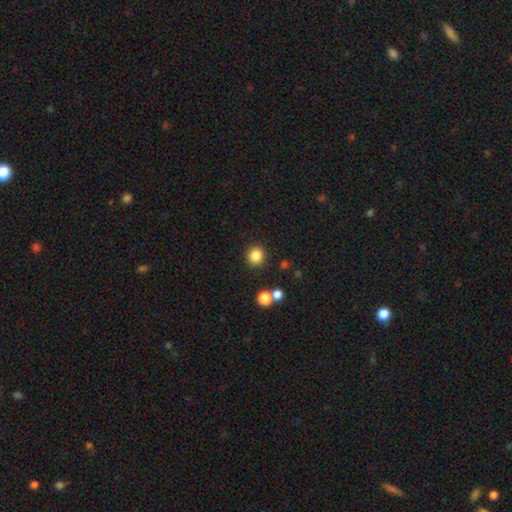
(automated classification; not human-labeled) The model was most divided on "smooth or featured": smooth: 84%, star or artifact: 11%, featured or disk: 4%. More confident: merging — none (88%); how rounded — round (87%).